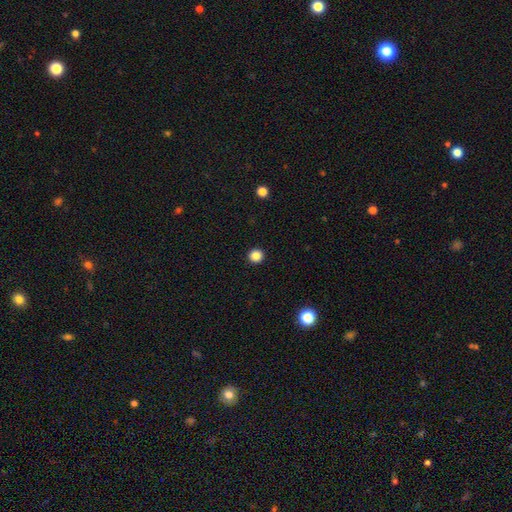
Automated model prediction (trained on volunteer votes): Overall: smooth (85%). How rounded: round (95%). Merging: none (94%).